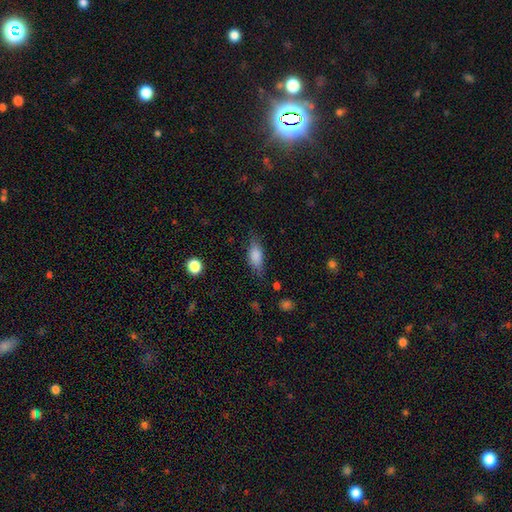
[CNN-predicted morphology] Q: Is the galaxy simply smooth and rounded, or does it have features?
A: smooth — 81%.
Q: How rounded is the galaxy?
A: in between — 81%.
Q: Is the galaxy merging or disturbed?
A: none — 69%.